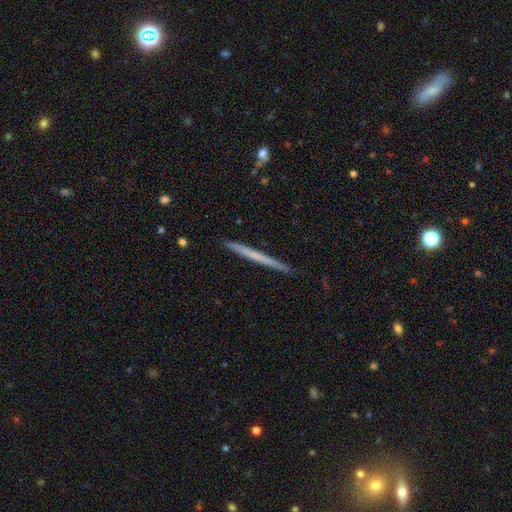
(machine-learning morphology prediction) A smooth galaxy with no disk features (49%).

Vote fractions:
- Smooth or featured? smooth: 49% / featured or disk: 45% / star or artifact: 5%
- Merging? none: 92% / minor disturbance: 6% / major disturbance: 1% / merger: 1%